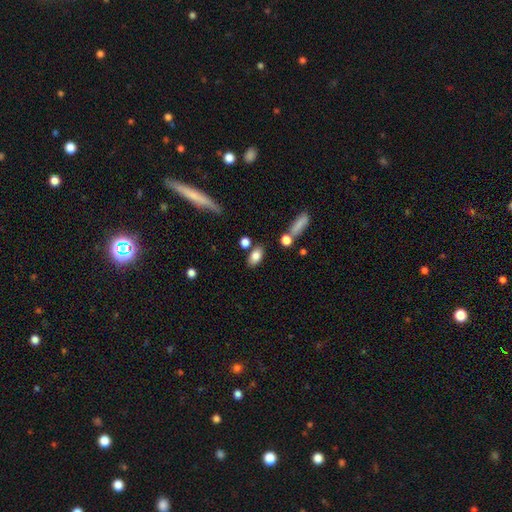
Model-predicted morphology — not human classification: The model was most divided on "merging": none: 73%, minor disturbance: 12%, merger: 10%, major disturbance: 4%. More confident: how rounded — in between (87%); smooth or featured — smooth (82%).